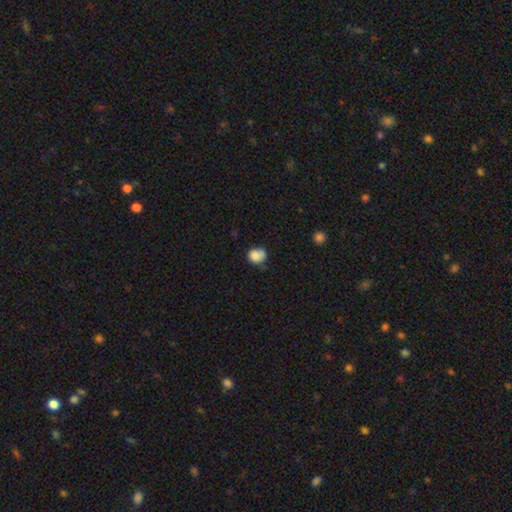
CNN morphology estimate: Overall: smooth (83%). How rounded: round (66%; in between 33%). Merging: none (50%; minor disturbance 33%).